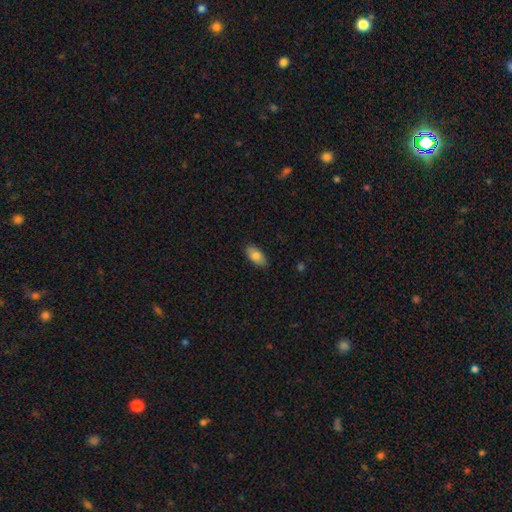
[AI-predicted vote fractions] A smooth galaxy with no disk features (81%) that is in between round and cigar-shaped (92%). Merging: none (86%).